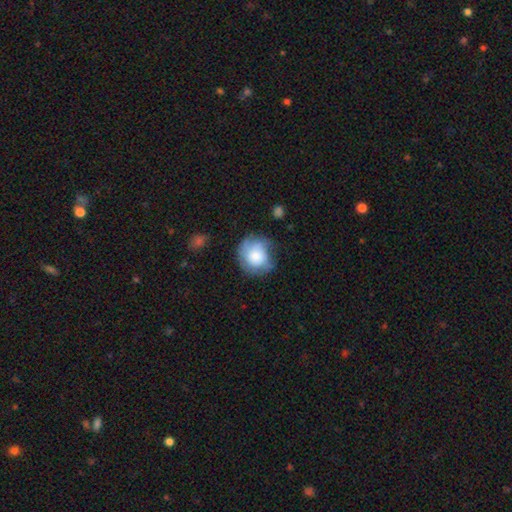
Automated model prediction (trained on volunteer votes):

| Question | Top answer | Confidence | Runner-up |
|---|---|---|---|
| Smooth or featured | smooth | 69% | featured or disk (24%) |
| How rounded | round | 82% | in between (17%) |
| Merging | none | 51% | minor disturbance (32%) |